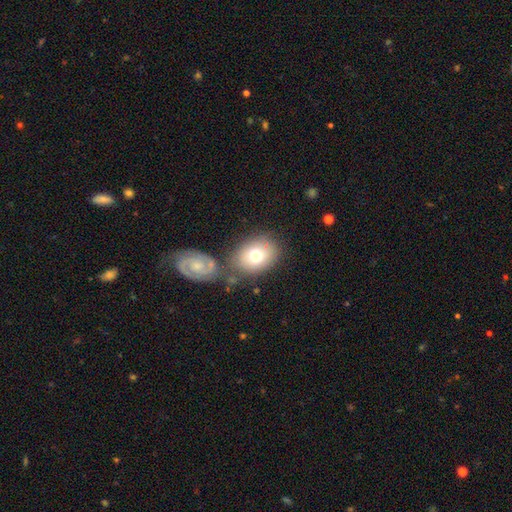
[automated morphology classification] Smooth or featured? smooth (68%)
How rounded? in between (63%)
Merging? none (60%)